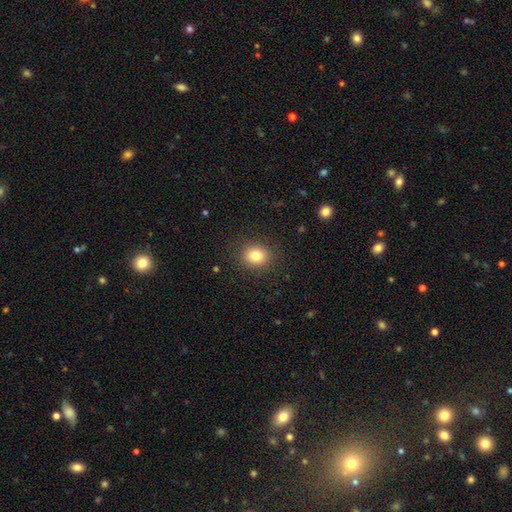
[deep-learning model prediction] smooth 82%, star or artifact 11%, featured or disk 7%. Down the decision tree: how rounded — round (65%); merging — none (89%).